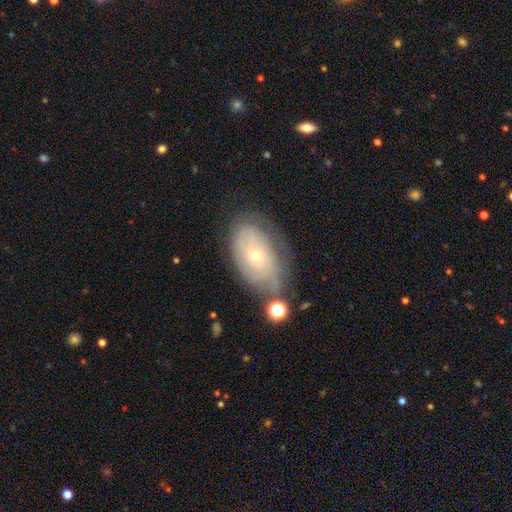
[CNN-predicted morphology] featured or disk 69%, smooth 23%, star or artifact 8%. Down the decision tree: edge-on disk — no (94%); bar — no (83%); spiral arms — yes (80%); spiral arm count — can't tell (60%); spiral winding — tight (74%); bulge size — small (68%); merging — none (61%).